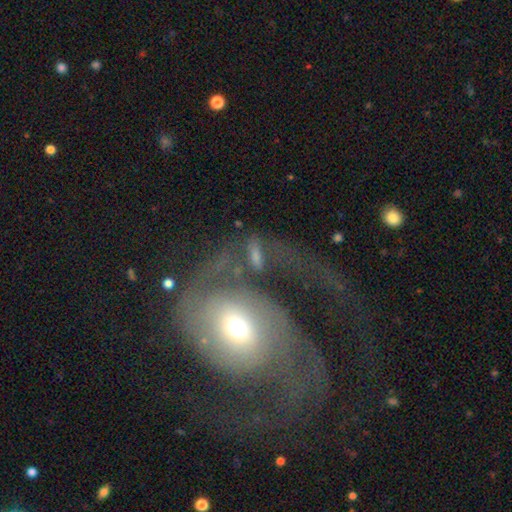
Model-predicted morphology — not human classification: Q: Smooth or featured?
A: featured or disk (53%); runner-up: smooth (35%)
Q: Edge-on disk?
A: no (87%); runner-up: yes (13%)
Q: Merging?
A: major disturbance (37%); runner-up: none (28%)